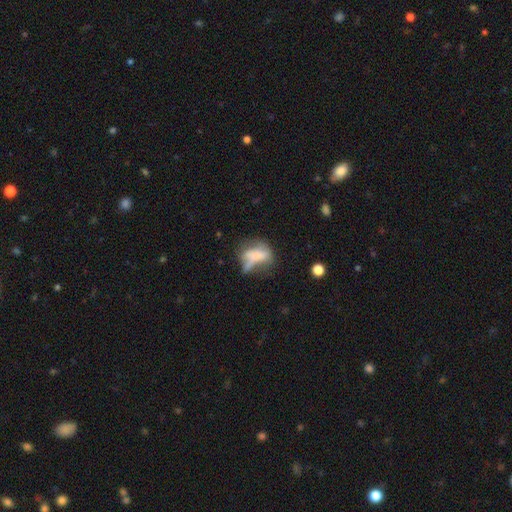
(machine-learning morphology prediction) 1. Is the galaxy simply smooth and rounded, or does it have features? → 50% smooth, 38% featured or disk, 12% star or artifact.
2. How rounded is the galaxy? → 69% in between, 16% cigar-shaped, 16% round.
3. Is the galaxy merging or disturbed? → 29% major disturbance (tied), 29% none (tied), 21% merger, 21% minor disturbance.